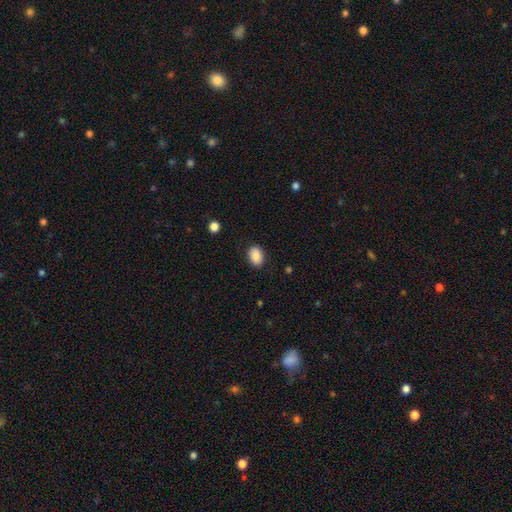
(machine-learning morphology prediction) smooth 88%, star or artifact 8%, featured or disk 4%. Down the decision tree: how rounded — in between (81%); merging — none (87%).